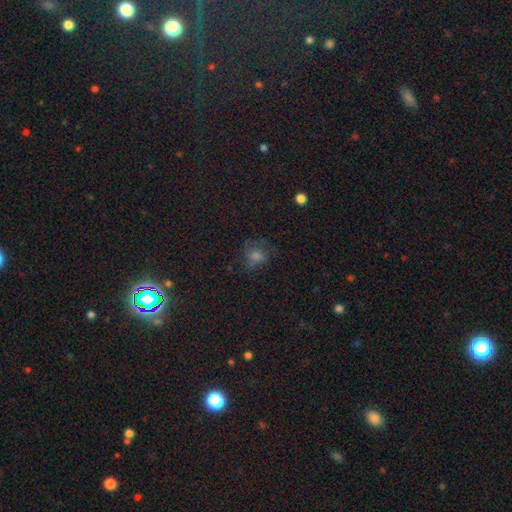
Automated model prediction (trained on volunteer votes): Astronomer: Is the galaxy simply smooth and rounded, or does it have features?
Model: smooth — 46% (runner-up: star or artifact, 31%).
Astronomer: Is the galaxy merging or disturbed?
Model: none — 59%.